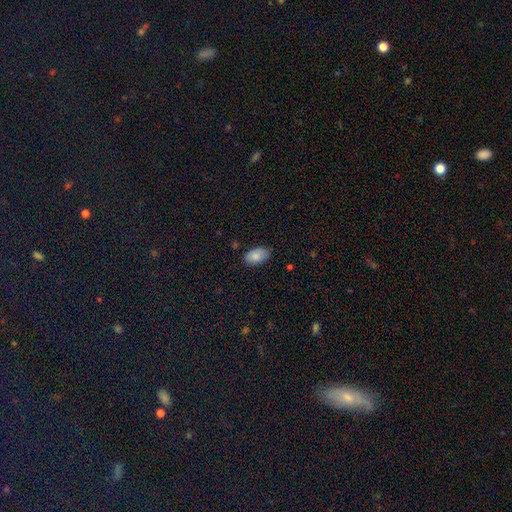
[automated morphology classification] A smooth galaxy with no disk features (86%) that is in between round and cigar-shaped (94%).

Vote fractions:
- Smooth or featured? smooth: 86% / star or artifact: 7% / featured or disk: 7%
- How rounded? in between: 94% / round: 4% / cigar-shaped: 2%
- Merging? none: 79% / minor disturbance: 17% / major disturbance: 3% / merger: 1%